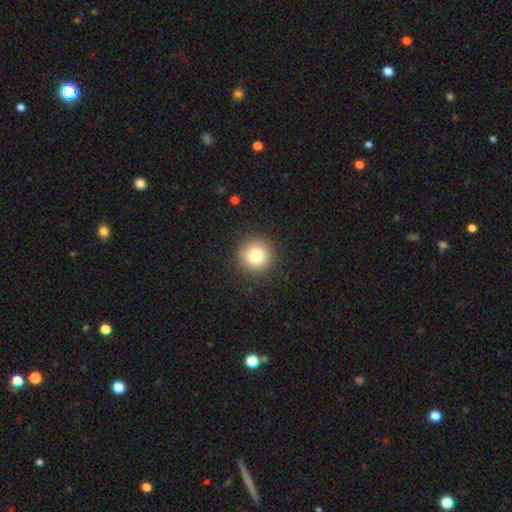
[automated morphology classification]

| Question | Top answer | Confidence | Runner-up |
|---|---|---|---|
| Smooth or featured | smooth | 83% | star or artifact (10%) |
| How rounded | round | 95% | in between (4%) |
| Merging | none | 91% | minor disturbance (6%) |